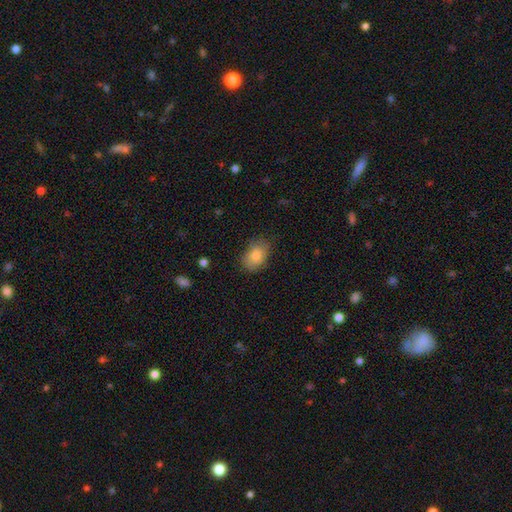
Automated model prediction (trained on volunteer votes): Smooth or featured?
  - smooth: 82% *
  - featured or disk: 10%
  - star or artifact: 8%
How rounded?
  - in between: 83% *
  - round: 16%
  - cigar-shaped: 1%
Merging?
  - none: 77% *
  - minor disturbance: 18%
  - major disturbance: 4%
  - merger: 1%